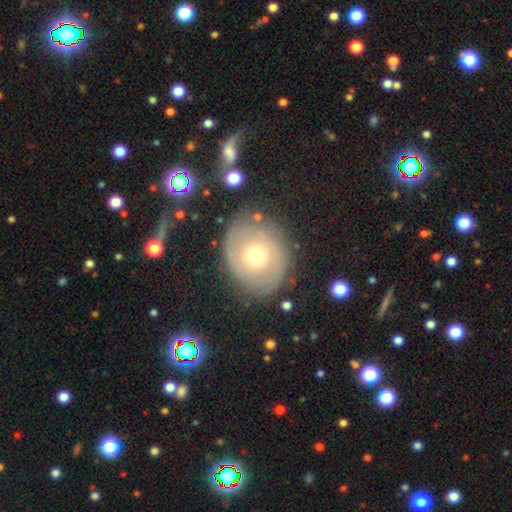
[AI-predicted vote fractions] Q: Smooth or featured?
A: smooth (46%); runner-up: featured or disk (45%)
Q: Merging?
A: none (76%); runner-up: minor disturbance (15%)